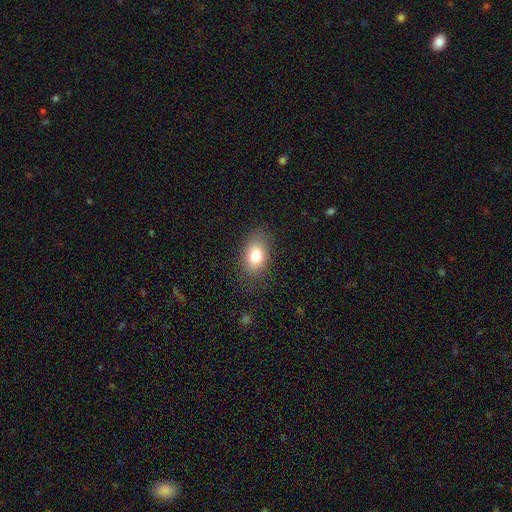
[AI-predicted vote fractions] smooth 80%, featured or disk 11%, star or artifact 9%. Down the decision tree: how rounded — in between (82%); merging — none (80%).